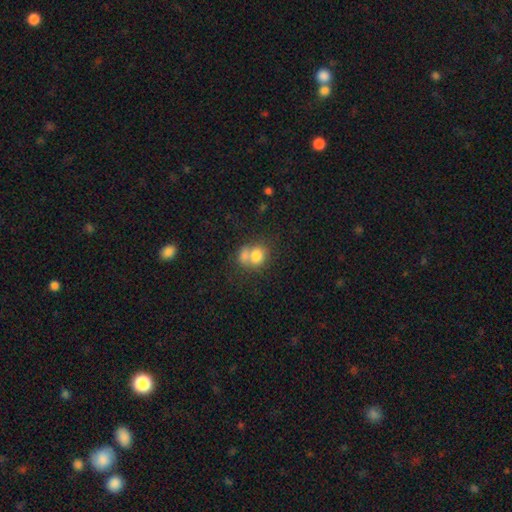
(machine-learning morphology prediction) Smooth or featured: smooth — 76% (featured or disk — 14%)
How rounded: round — 58% (in between — 41%)
Merging: merger — 55% (none — 30%)